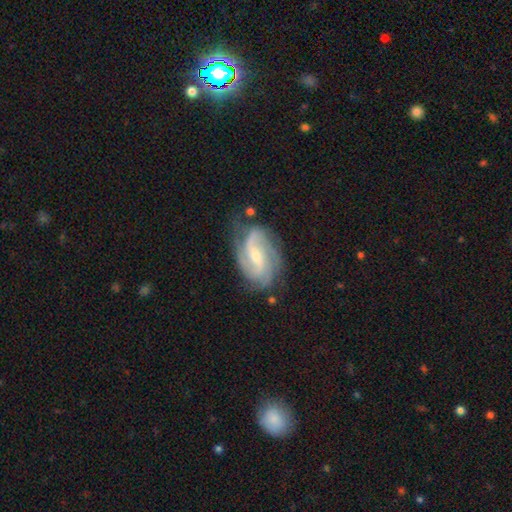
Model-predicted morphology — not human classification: Smooth or featured? Predicted: featured or disk (p=0.87). Edge-on disk? Predicted: no (p=0.97). Bar? Predicted: weak (p=0.46). Spiral arms? Predicted: yes (p=0.97). Spiral winding? Predicted: medium (p=0.46). Spiral arm count? Predicted: 2 (p=0.43). Bulge size? Predicted: small (p=0.57). Merging? Predicted: none (p=0.69).